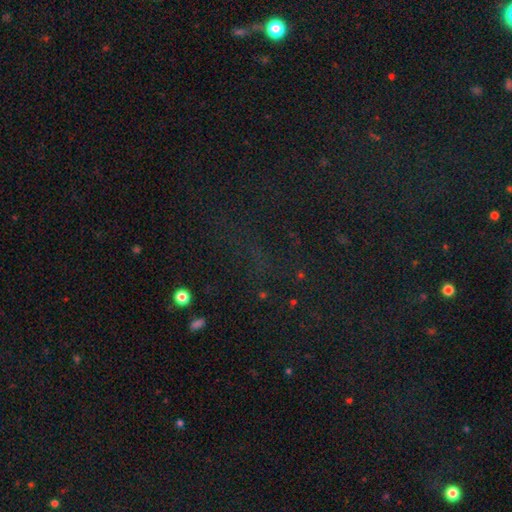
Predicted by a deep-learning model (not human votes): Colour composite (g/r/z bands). It shows a star or artifact, not a galaxy (73%).